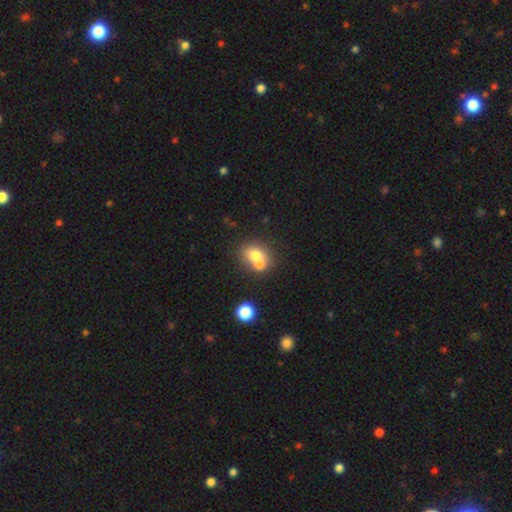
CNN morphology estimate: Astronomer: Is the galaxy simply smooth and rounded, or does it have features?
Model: smooth — 68%.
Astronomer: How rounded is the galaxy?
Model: round — 59% (runner-up: in between, 40%).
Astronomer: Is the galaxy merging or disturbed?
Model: merger — 54% (runner-up: none, 35%).